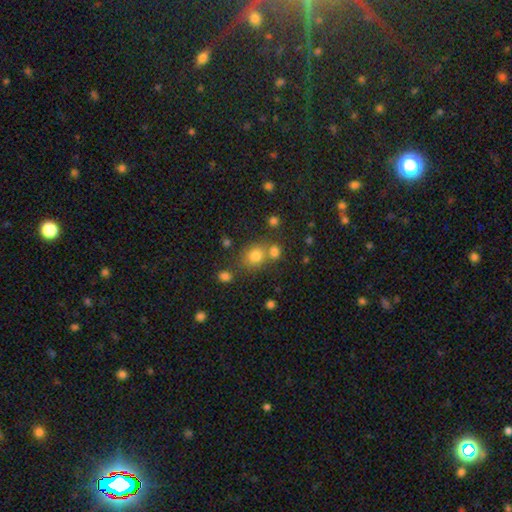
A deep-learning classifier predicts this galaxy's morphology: The model was most divided on "merging": none: 60%, merger: 25%, minor disturbance: 11%, major disturbance: 4%. More confident: smooth or featured — smooth (76%); how rounded — round (69%).